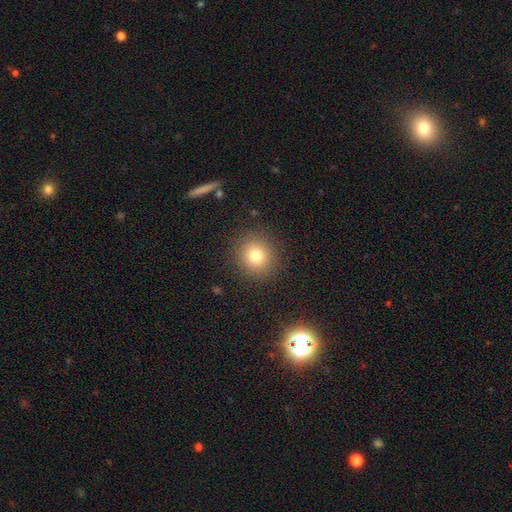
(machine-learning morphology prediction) A smooth galaxy with no disk features (78%) that is round (87%).

Vote fractions:
- Smooth or featured? smooth: 78% / star or artifact: 13% / featured or disk: 9%
- How rounded? round: 87% / in between: 12% / cigar-shaped: 1%
- Merging? none: 89% / minor disturbance: 7% / major disturbance: 3% / merger: 1%